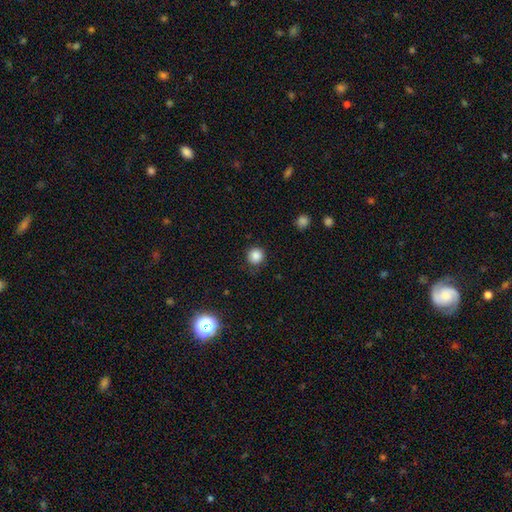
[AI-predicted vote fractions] smooth 85%, star or artifact 11%, featured or disk 4%. Down the decision tree: how rounded — round (94%); merging — none (85%).